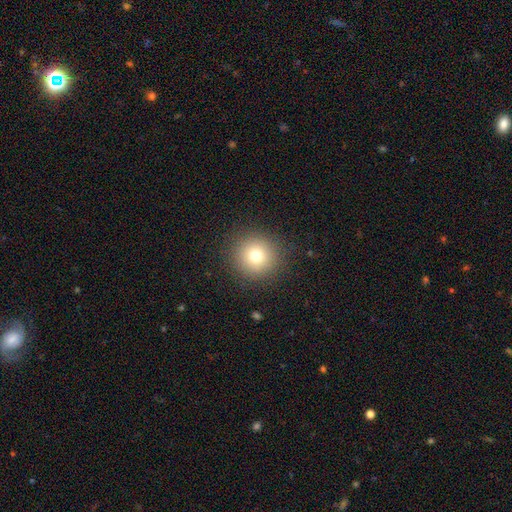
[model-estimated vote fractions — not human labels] Smooth or featured?
  - smooth: 75% *
  - star or artifact: 14%
  - featured or disk: 11%
How rounded?
  - round: 95% *
  - in between: 4%
  - cigar-shaped: 1%
Merging?
  - none: 90% *
  - minor disturbance: 6%
  - major disturbance: 3%
  - merger: 1%